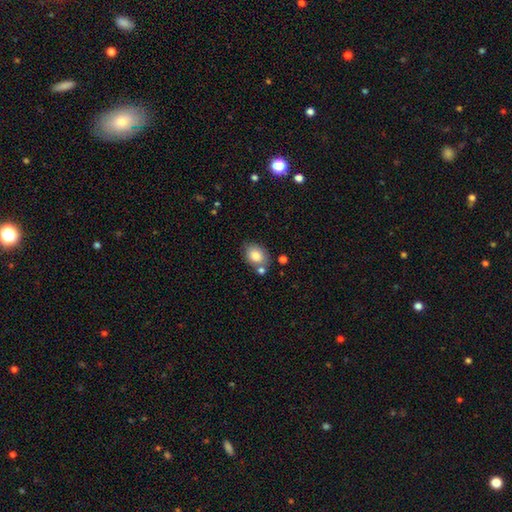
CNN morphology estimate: smooth 81%, featured or disk 10%, star or artifact 8%. Down the decision tree: how rounded — in between (72%); merging — none (65%).